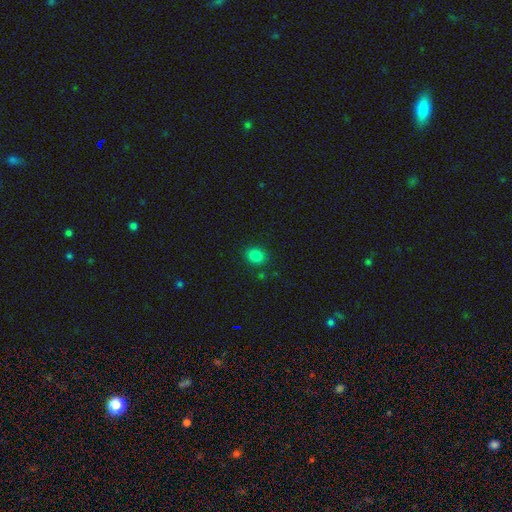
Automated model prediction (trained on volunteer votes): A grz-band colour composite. It shows a smooth galaxy with no disk features (83%) that is round (51%). Merging: none (87%).